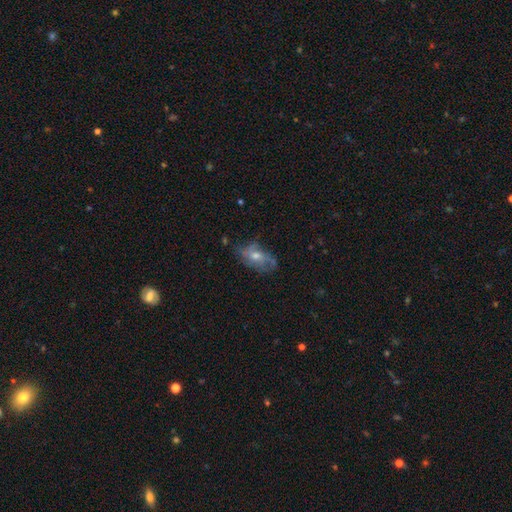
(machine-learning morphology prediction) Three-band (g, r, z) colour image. It shows a featured or disk galaxy (56%) with no bar (74%), spiral arms (60%) and a moderate central bulge (59%). Merging: none (51%).